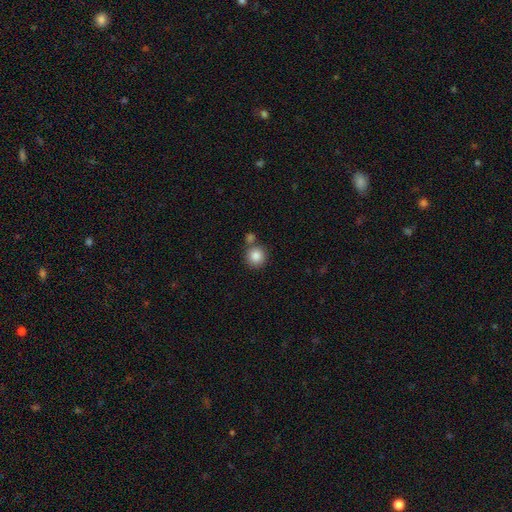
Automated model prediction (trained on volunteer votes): smooth_or_featured: smooth (p=0.85) [alt: star or artifact p=0.09]
how_rounded: round (p=0.92) [alt: in between p=0.07]
merging: none (p=0.69) [alt: merger p=0.19]